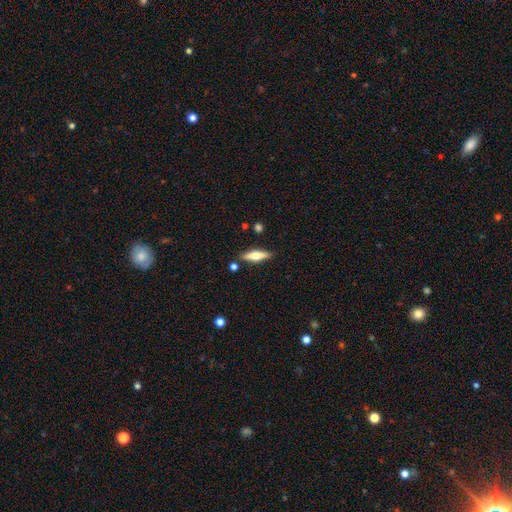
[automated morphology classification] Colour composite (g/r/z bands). It shows a featured or disk galaxy (48%). Merging: none (85%).